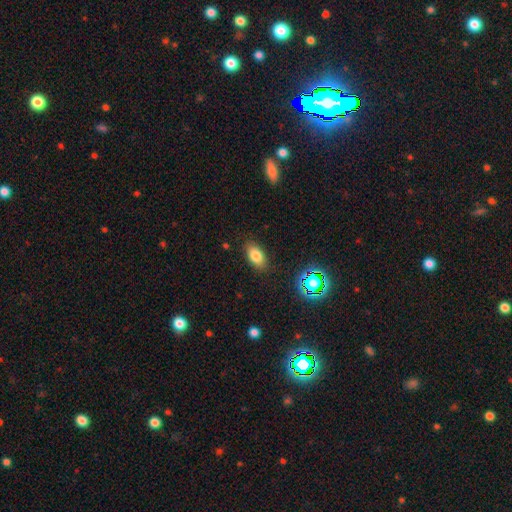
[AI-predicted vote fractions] A smooth galaxy with no disk features (81%) that is in between round and cigar-shaped (89%). Merging: none (85%).